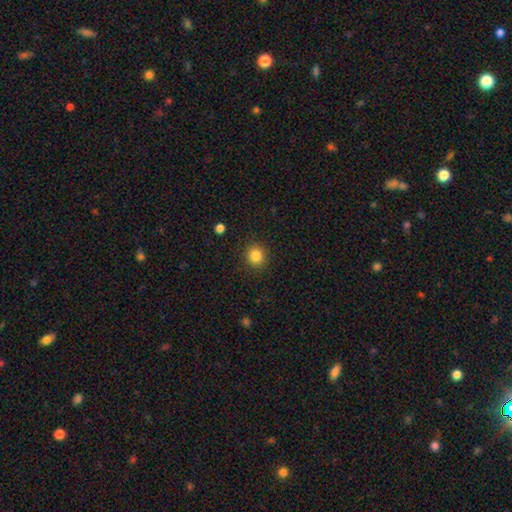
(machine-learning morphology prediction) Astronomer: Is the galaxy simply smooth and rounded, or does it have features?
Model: smooth — 84%.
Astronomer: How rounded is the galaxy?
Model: round — 90%.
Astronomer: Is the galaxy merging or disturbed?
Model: none — 91%.